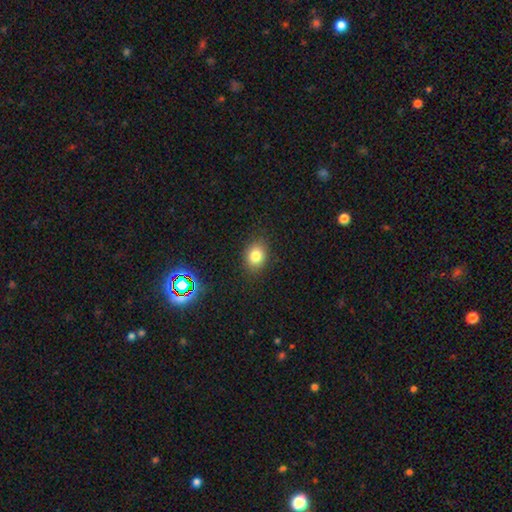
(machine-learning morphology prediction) Q: Smooth or featured?
A: smooth (79%); runner-up: star or artifact (13%)
Q: How rounded?
A: in between (52%); runner-up: round (47%)
Q: Merging?
A: none (87%); runner-up: minor disturbance (10%)